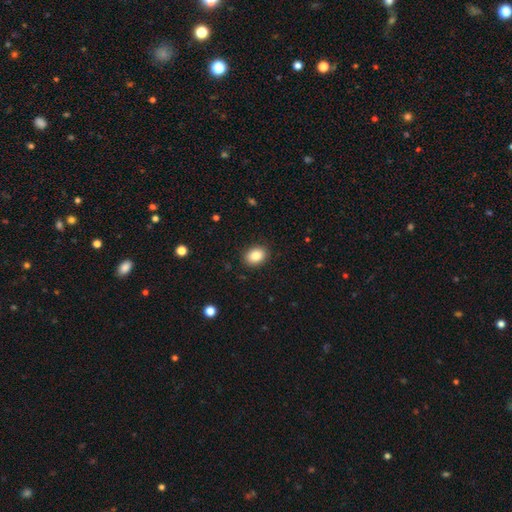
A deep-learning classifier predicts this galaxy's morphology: Smooth or featured?
  - smooth: 87% *
  - star or artifact: 8%
  - featured or disk: 5%
How rounded?
  - in between: 66% *
  - round: 33%
  - cigar-shaped: 1%
Merging?
  - none: 89% *
  - minor disturbance: 8%
  - major disturbance: 2%
  - merger: 1%